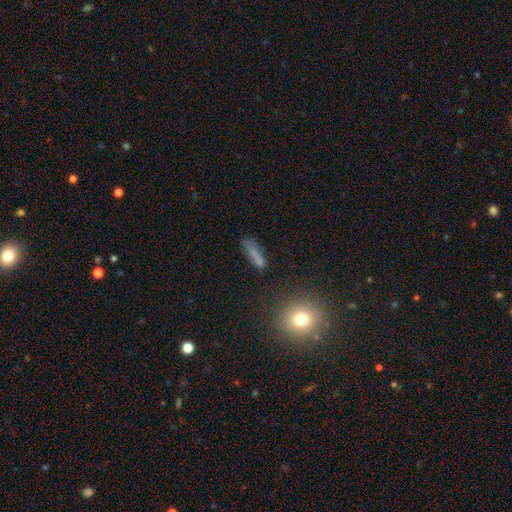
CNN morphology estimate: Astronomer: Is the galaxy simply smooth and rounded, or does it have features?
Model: smooth — 68%.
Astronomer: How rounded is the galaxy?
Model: cigar-shaped — 49% (runner-up: in between, 44%).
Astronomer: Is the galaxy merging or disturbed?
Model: none — 64%.